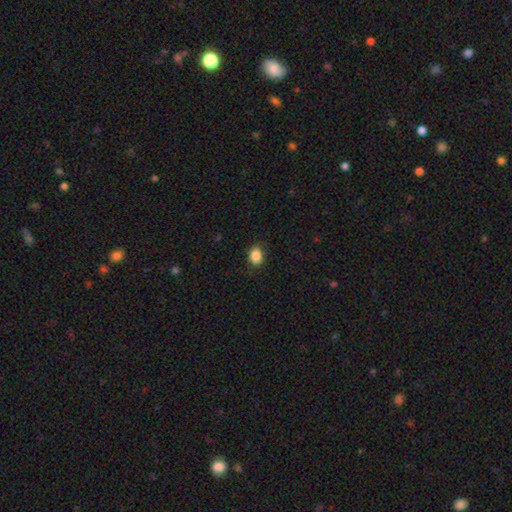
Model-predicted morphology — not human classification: Smooth or featured? smooth (88%)
How rounded? in between (65%)
Merging? none (87%)